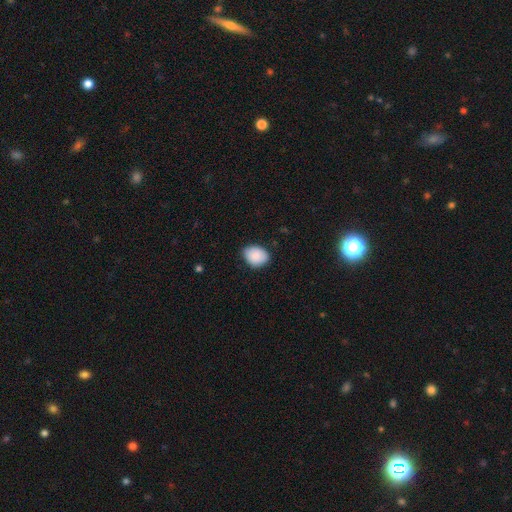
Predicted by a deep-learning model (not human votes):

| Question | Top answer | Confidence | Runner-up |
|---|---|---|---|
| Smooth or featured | smooth | 87% | star or artifact (7%) |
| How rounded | in between | 63% | round (37%) |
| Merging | none | 75% | minor disturbance (21%) |